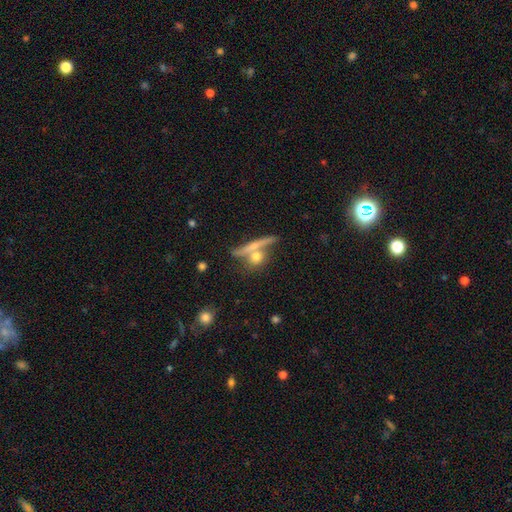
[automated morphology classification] This appears to be a featured or disk galaxy (45%). Merging: none (51%).